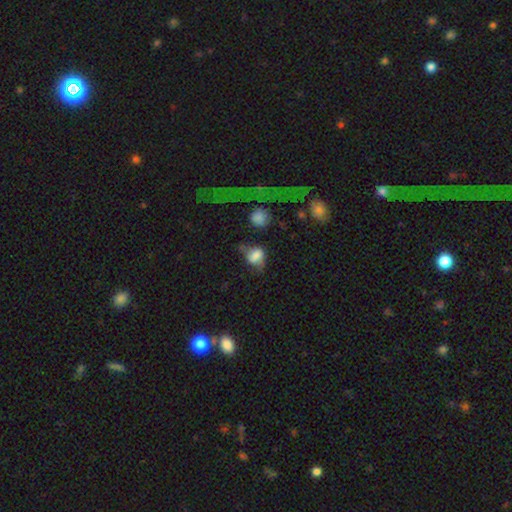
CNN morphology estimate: Smooth or featured: smooth — 63% (featured or disk — 26%)
How rounded: in between — 64% (round — 34%)
Merging: none — 33% (major disturbance — 28%)